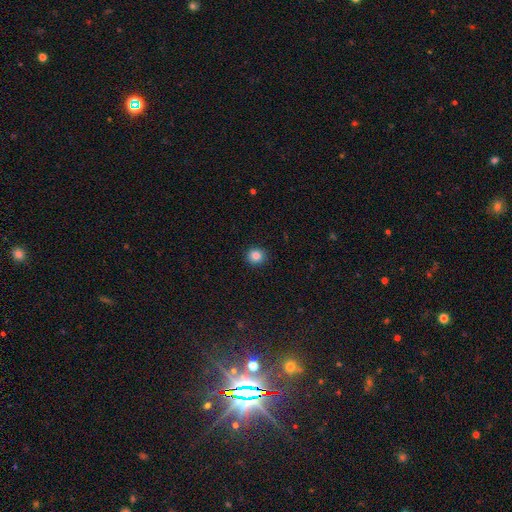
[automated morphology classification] A smooth galaxy with no disk features (85%) that is round (90%). Merging: none (92%).